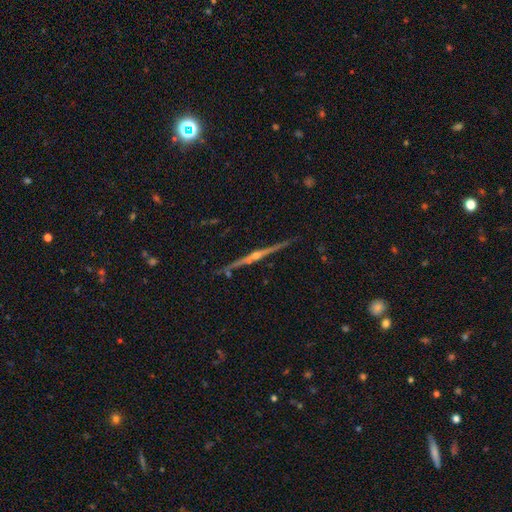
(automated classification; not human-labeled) Smooth or featured? featured or disk (88%)
Edge-on disk? yes (99%)
Edge-on bulge? rounded (91%)
Merging? none (89%)